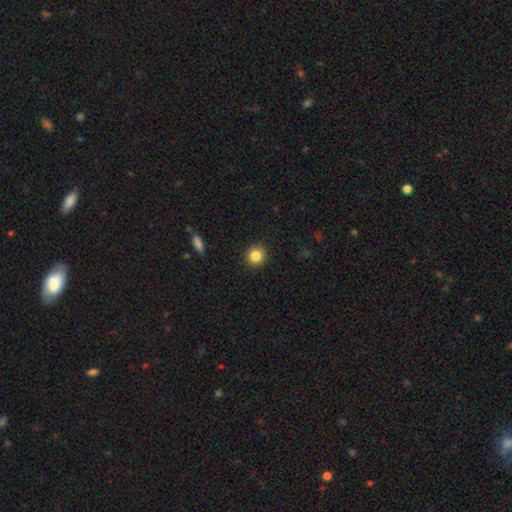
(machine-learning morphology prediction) smooth_or_featured: smooth (p=0.85) [alt: star or artifact p=0.10]
how_rounded: round (p=0.91) [alt: in between p=0.08]
merging: none (p=0.91) [alt: minor disturbance p=0.06]